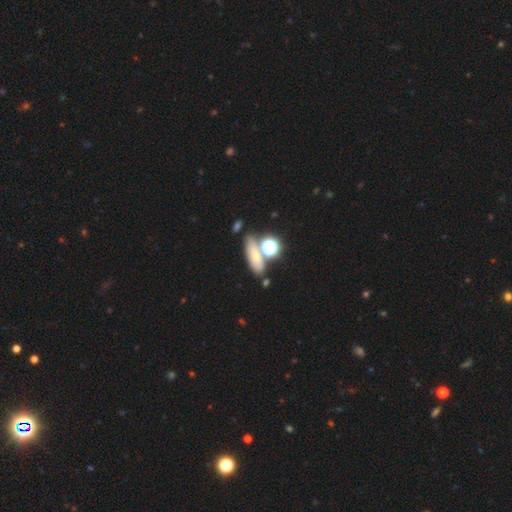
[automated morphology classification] Smooth or featured? Predicted: smooth (p=0.55). How rounded? Predicted: in between (p=0.51). Merging? Predicted: none (p=0.59).